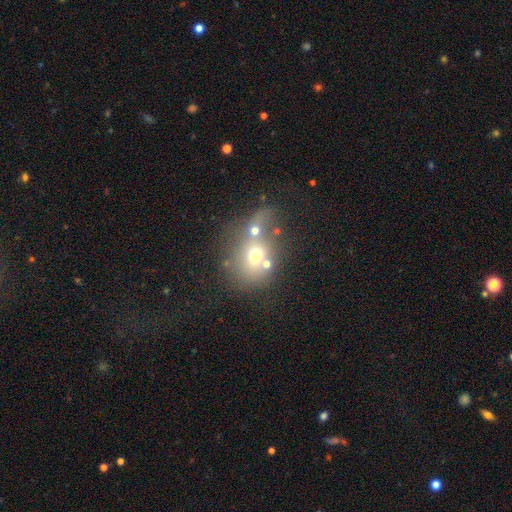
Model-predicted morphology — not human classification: Smooth or featured?
  - smooth: 61% *
  - featured or disk: 24%
  - star or artifact: 16%
How rounded?
  - round: 69% *
  - in between: 30%
  - cigar-shaped: 1%
Merging?
  - merger: 45% *
  - none: 35%
  - minor disturbance: 11%
  - major disturbance: 10%